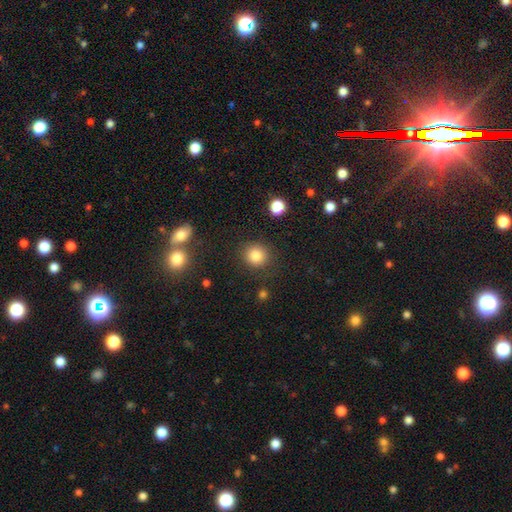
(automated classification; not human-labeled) The model was most divided on "smooth or featured": smooth: 83%, star or artifact: 11%, featured or disk: 6%. More confident: how rounded — round (89%); merging — none (87%).